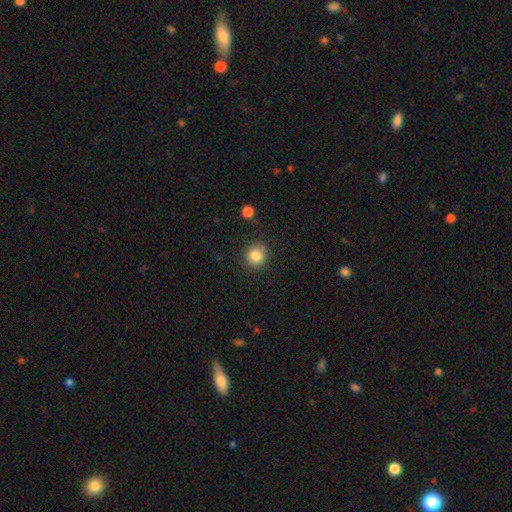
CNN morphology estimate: A smooth galaxy with no disk features (84%) that is round (84%).

Vote fractions:
- Smooth or featured? smooth: 84% / star or artifact: 10% / featured or disk: 6%
- How rounded? round: 84% / in between: 15% / cigar-shaped: 1%
- Merging? none: 85% / minor disturbance: 10% / major disturbance: 3% / merger: 2%